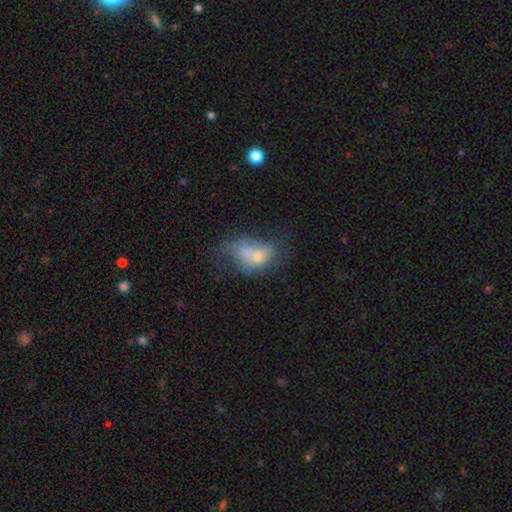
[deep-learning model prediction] Morphology: type=smooth (57%); roundness=in between (80%); merging=major disturbance (38%).